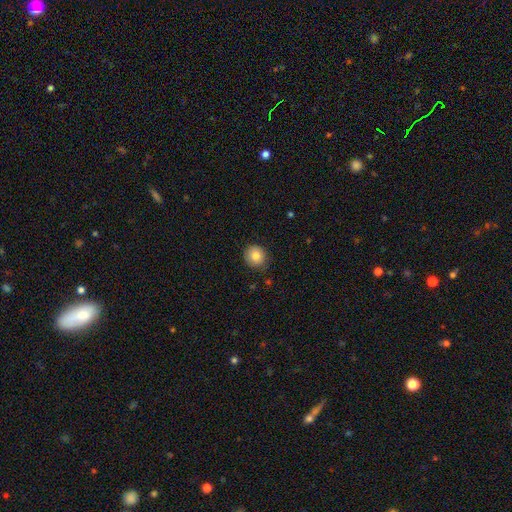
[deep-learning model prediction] Smooth or featured? smooth (82%)
How rounded? round (88%)
Merging? none (84%)